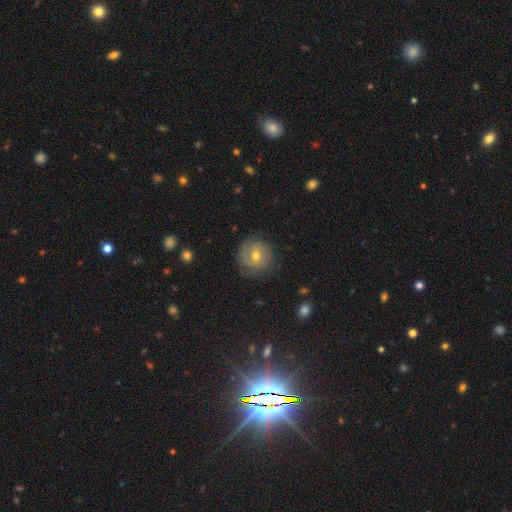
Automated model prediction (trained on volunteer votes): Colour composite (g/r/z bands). It shows a featured or disk galaxy (56%) with no bar (51%), spiral arms (78%) and a moderate central bulge (63%). Merging: none (72%).